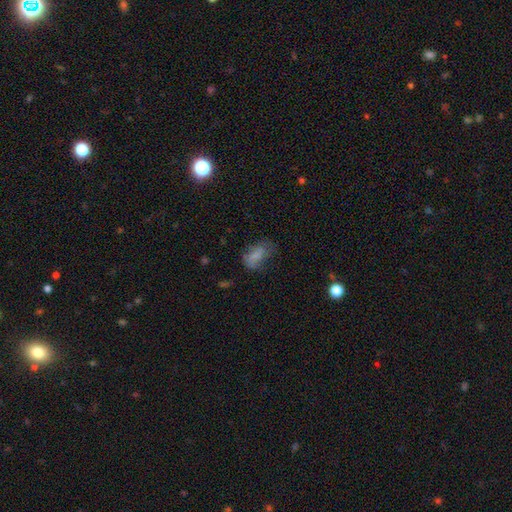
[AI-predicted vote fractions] A smooth galaxy with no disk features (69%) that is in between round and cigar-shaped (89%). Merging: none (42%).